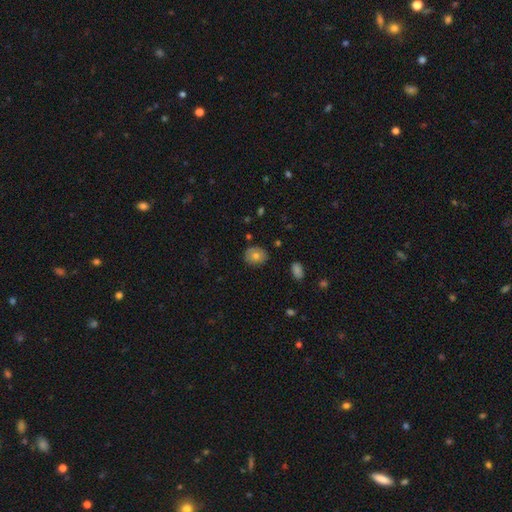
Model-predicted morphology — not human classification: Smooth or featured?
  - smooth: 69% *
  - featured or disk: 22%
  - star or artifact: 9%
How rounded?
  - round: 65% *
  - in between: 34%
  - cigar-shaped: 1%
Merging?
  - none: 81% *
  - minor disturbance: 14%
  - major disturbance: 3%
  - merger: 2%